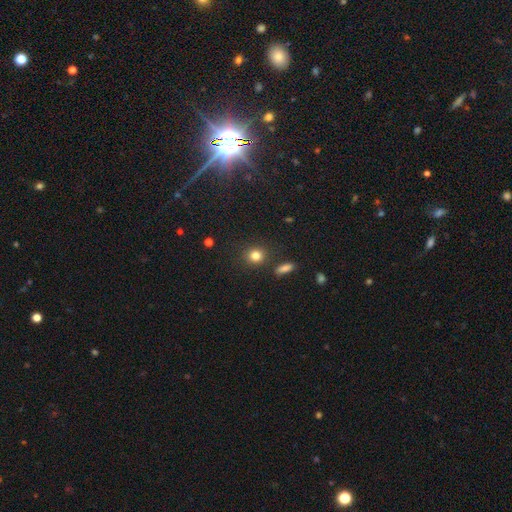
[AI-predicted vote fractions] Smooth or featured: smooth — 82% (star or artifact — 12%)
How rounded: round — 86% (in between — 13%)
Merging: none — 86% (minor disturbance — 8%)